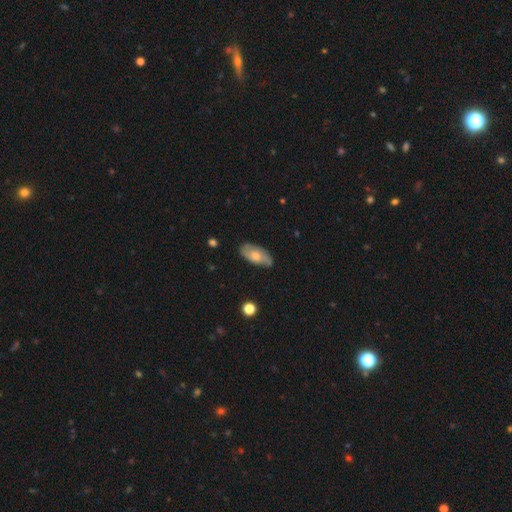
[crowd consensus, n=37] A smooth galaxy with no disk features (62%) that is in between round and cigar-shaped (96%).

Vote fractions:
- Smooth or featured? smooth: 62% / featured or disk: 38% / star or artifact: 0%
- How rounded? in between: 96% / cigar-shaped: 4% / round: 0%
- Merging? none: 78% / minor disturbance: 16% / major disturbance: 5% / merger: 0%